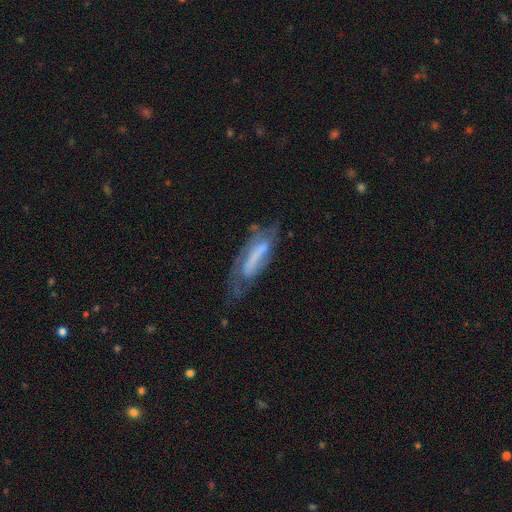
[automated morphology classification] This appears to be a featured or disk galaxy (56%). Merging: none (41%).